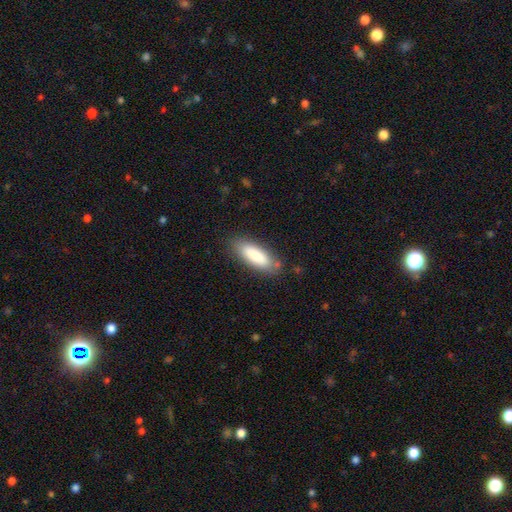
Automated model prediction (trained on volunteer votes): The model was most divided on "how rounded": in between: 65%, cigar-shaped: 33%, round: 2%. More confident: smooth or featured — smooth (82%); merging — none (81%).